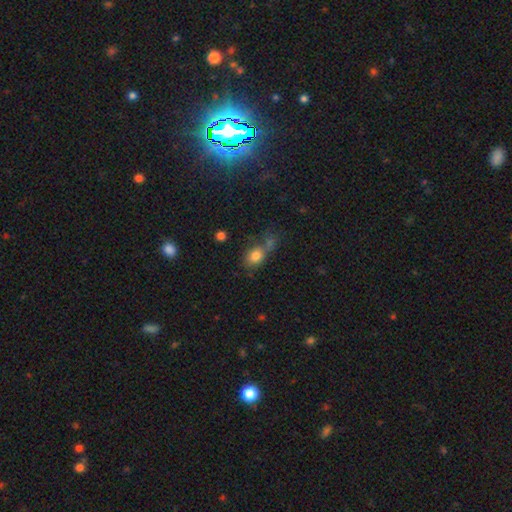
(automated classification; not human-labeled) The model was most divided on "merging": none: 41%, merger: 34%, minor disturbance: 16%, major disturbance: 9%. More confident: smooth or featured — smooth (79%); how rounded — in between (62%).